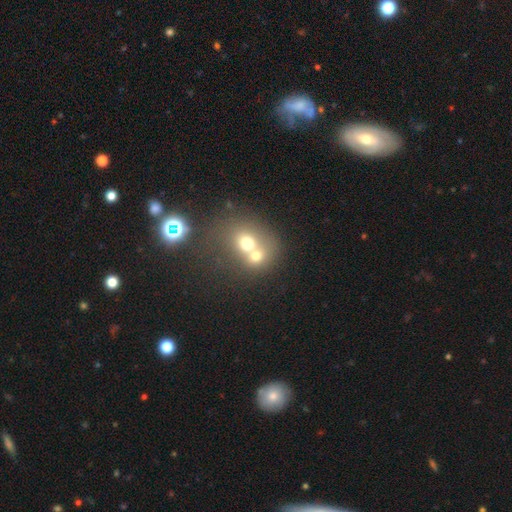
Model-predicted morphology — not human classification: Smooth or featured? smooth (65%)
How rounded? round (65%)
Merging? merger (66%)